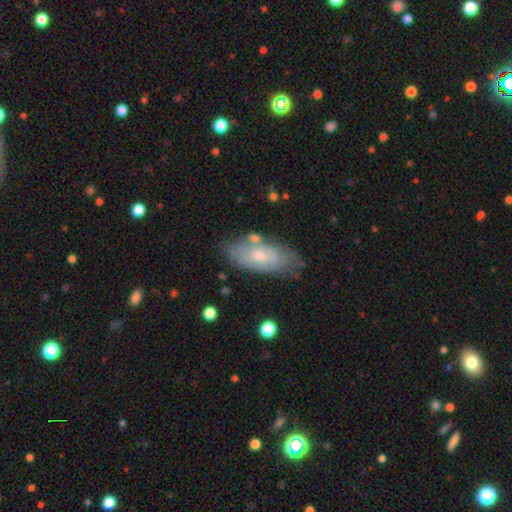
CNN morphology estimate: type=smooth (46%, tied with featured or disk); merging=none (73%).